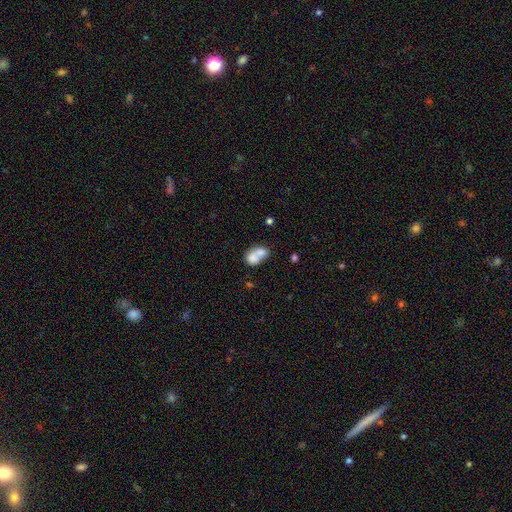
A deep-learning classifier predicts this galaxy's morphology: smooth 72%, featured or disk 20%, star or artifact 9%. Down the decision tree: how rounded — in between (62%); merging — merger (69%).